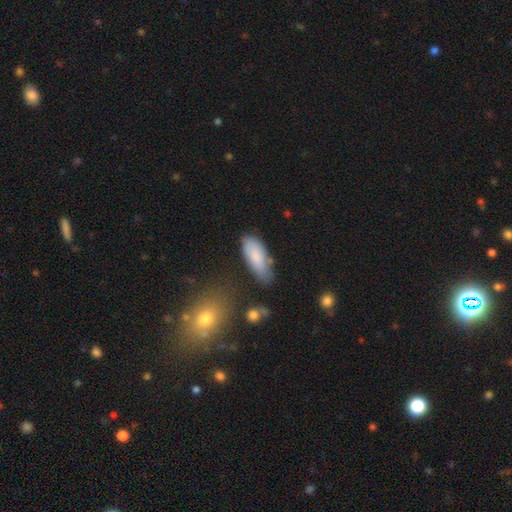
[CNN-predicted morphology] This is clearly a smooth galaxy (81%). How rounded: likely in between (78%). Merging: likely none (64%).